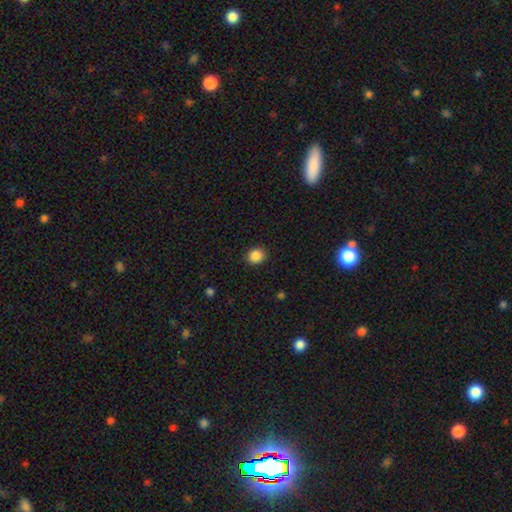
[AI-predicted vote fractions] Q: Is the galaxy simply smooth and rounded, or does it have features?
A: smooth — 87%.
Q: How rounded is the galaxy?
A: round — 76%.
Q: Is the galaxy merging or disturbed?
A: none — 90%.